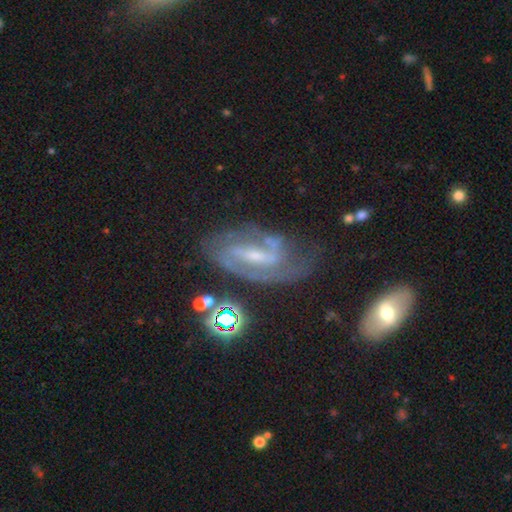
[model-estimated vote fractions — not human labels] smooth_or_featured: featured or disk (p=0.85) [alt: star or artifact p=0.08]
disk_edge_on: no (p=0.94) [alt: yes p=0.06]
bar: strong (p=0.42) [alt: weak p=0.41]
has_spiral_arms: yes (p=0.94) [alt: no p=0.06]
spiral_winding: medium (p=0.48) [alt: tight p=0.37]
spiral_arm_count: 2 (p=0.73) [alt: can't tell p=0.12]
bulge_size: small (p=0.57) [alt: moderate p=0.31]
merging: none (p=0.60) [alt: minor disturbance p=0.22]